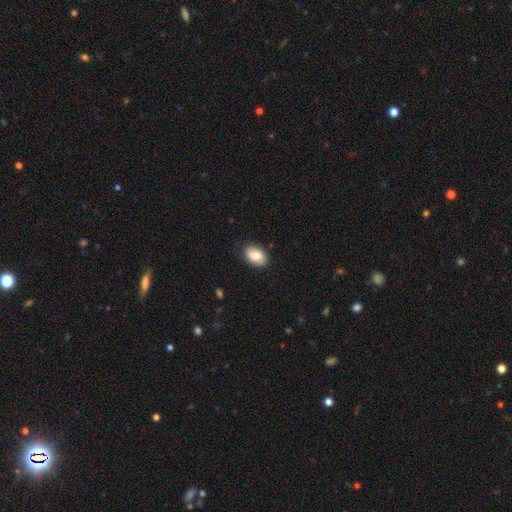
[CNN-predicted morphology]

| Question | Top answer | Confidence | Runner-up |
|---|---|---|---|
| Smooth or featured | smooth | 82% | featured or disk (11%) |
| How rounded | in between | 88% | round (11%) |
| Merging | none | 85% | minor disturbance (12%) |